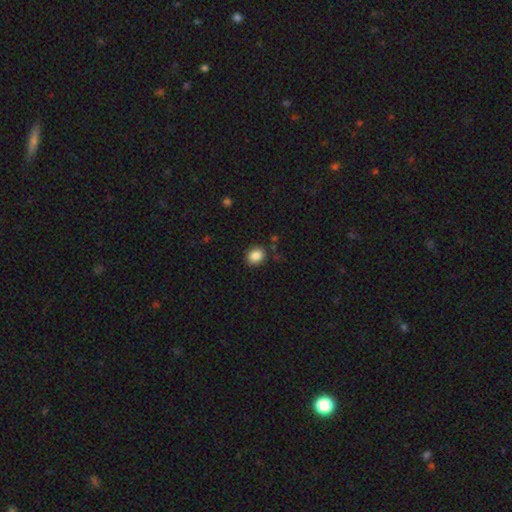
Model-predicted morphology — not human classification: This is clearly a smooth galaxy (87%). How rounded: possibly round (54%). Merging: clearly none (85%).